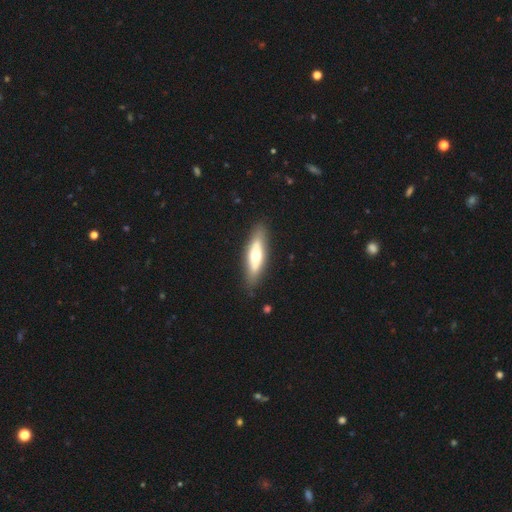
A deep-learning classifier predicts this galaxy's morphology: A smooth galaxy with no disk features (50%) that is cigar-shaped (51%). Merging: none (83%).